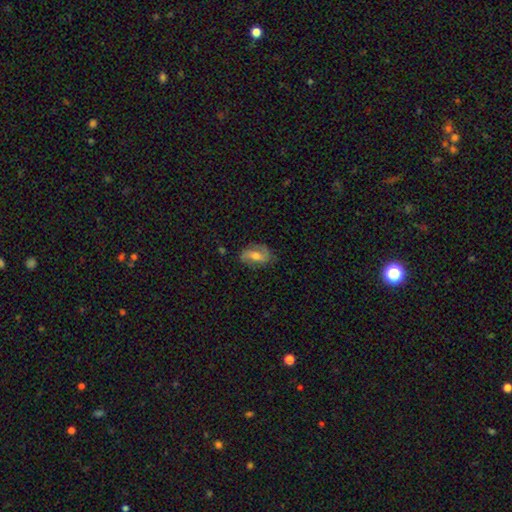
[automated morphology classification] featured or disk 51%, smooth 41%, star or artifact 8%. Down the decision tree: edge-on disk — no (93%); merging — none (72%).